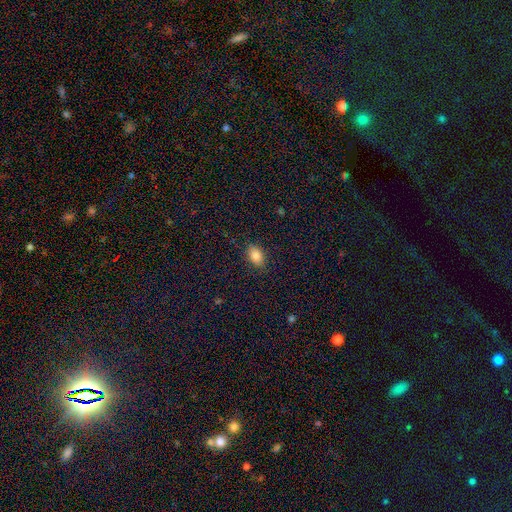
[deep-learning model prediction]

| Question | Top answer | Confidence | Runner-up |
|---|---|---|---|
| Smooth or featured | smooth | 85% | star or artifact (9%) |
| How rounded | in between | 88% | round (10%) |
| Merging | none | 87% | minor disturbance (10%) |